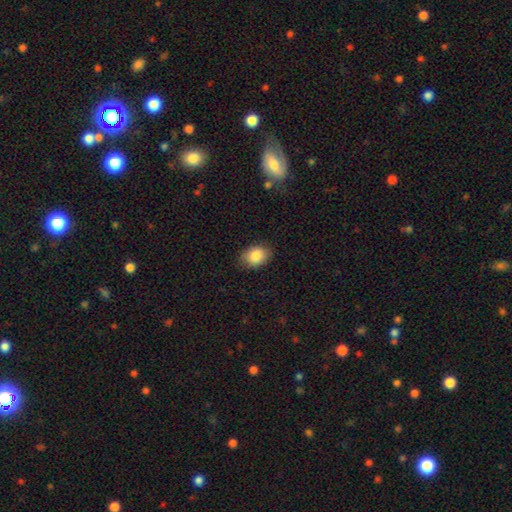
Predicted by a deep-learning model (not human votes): Smooth or featured?
  - smooth: 86% *
  - star or artifact: 8%
  - featured or disk: 7%
How rounded?
  - in between: 72% *
  - round: 27%
  - cigar-shaped: 1%
Merging?
  - none: 84% *
  - minor disturbance: 12%
  - major disturbance: 3%
  - merger: 1%